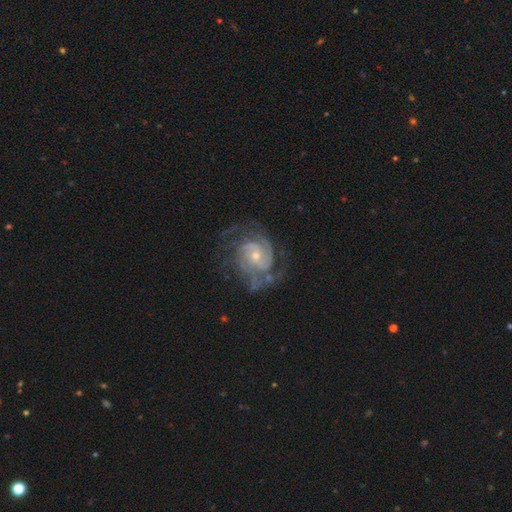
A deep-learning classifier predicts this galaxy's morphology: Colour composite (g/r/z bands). It shows a featured or disk galaxy (89%) with no bar (64%), 2 (44%) tight (57%) spiral arms (97%) and a small central bulge (52%). Merging: none (62%).